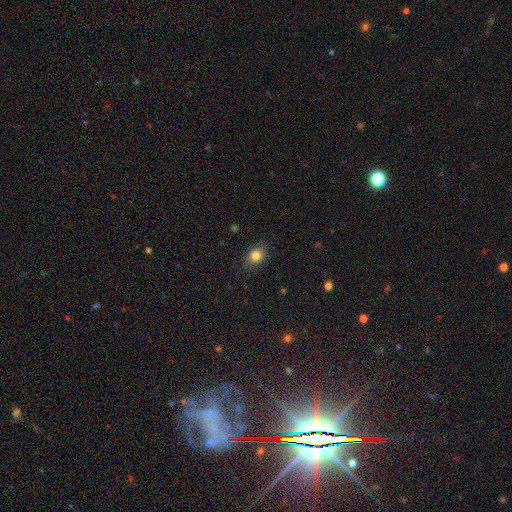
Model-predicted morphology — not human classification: A smooth galaxy with no disk features (80%) that is in between round and cigar-shaped (76%). Merging: none (82%).